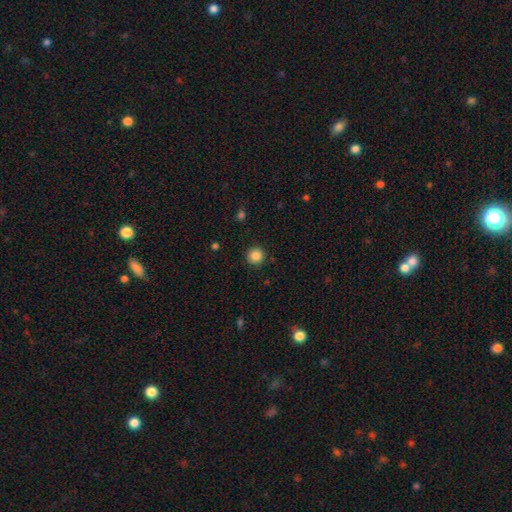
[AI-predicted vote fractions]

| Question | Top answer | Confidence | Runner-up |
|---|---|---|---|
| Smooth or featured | smooth | 86% | star or artifact (10%) |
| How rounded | round | 95% | in between (4%) |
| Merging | none | 91% | minor disturbance (6%) |